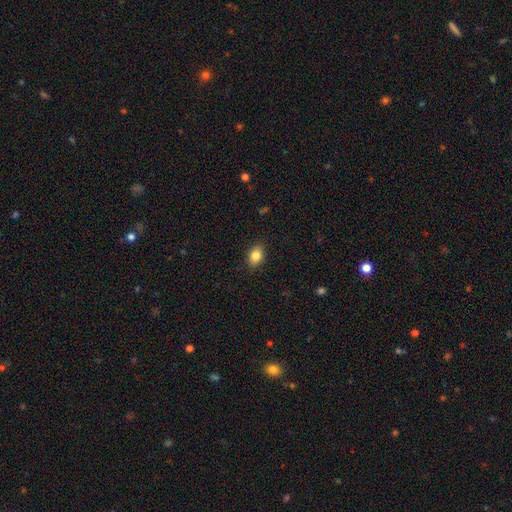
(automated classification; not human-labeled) Smooth or featured?
  - smooth: 85% *
  - star or artifact: 9%
  - featured or disk: 7%
How rounded?
  - in between: 78% *
  - round: 20%
  - cigar-shaped: 1%
Merging?
  - none: 87% *
  - minor disturbance: 9%
  - major disturbance: 2%
  - merger: 1%